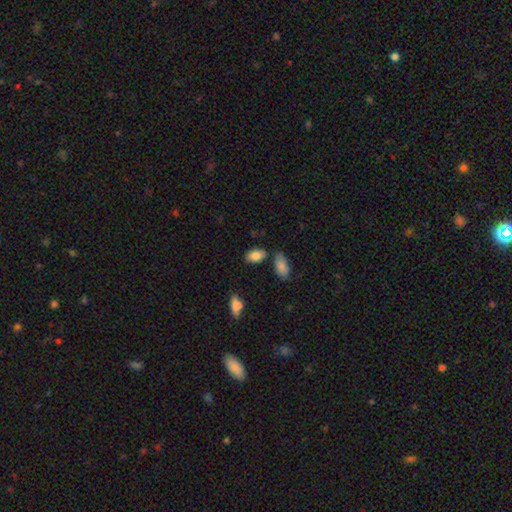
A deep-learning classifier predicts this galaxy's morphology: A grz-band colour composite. It shows a smooth galaxy with no disk features (84%) that is in between round and cigar-shaped (92%). Merging: none (76%).